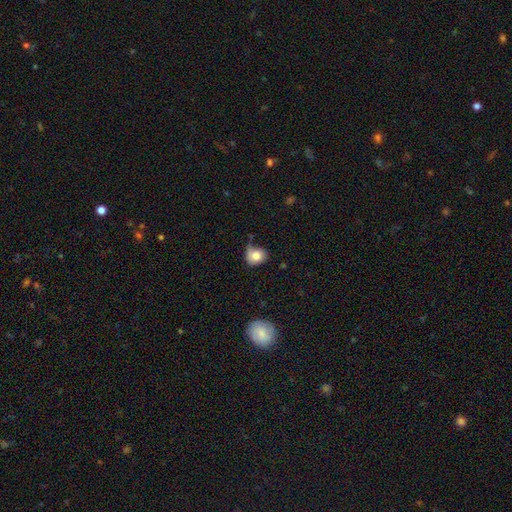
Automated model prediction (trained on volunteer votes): Smooth or featured? smooth (78%)
How rounded? round (67%)
Merging? none (41%)